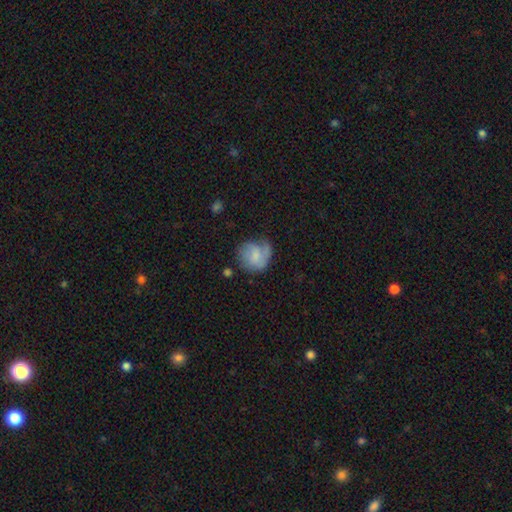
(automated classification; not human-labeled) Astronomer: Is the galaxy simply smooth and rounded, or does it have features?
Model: smooth — 50% (runner-up: featured or disk, 42%).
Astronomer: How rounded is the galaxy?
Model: round — 78%.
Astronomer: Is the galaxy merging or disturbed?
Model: none — 51% (runner-up: minor disturbance, 28%).